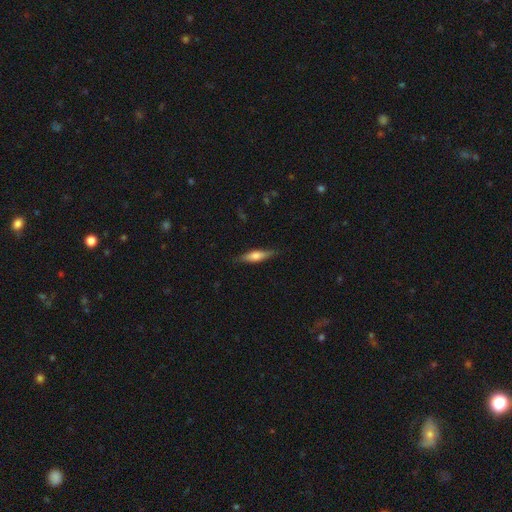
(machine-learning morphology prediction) A smooth galaxy with no disk features (52%) that is cigar-shaped (68%). Merging: none (84%).